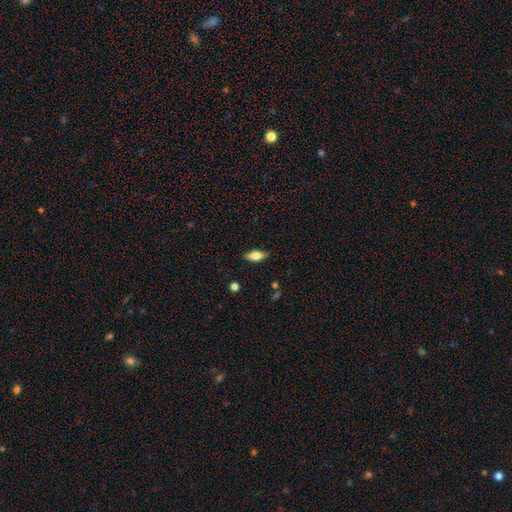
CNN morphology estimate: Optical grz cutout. It shows a smooth galaxy with no disk features (57%) that is in between round and cigar-shaped (72%). Merging: none (85%).